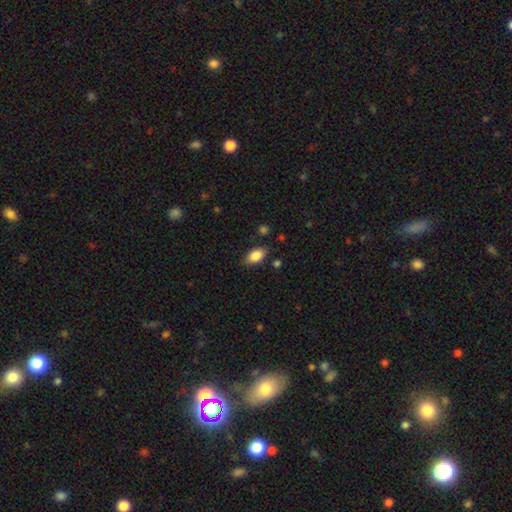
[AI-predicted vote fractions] Smooth or featured?
  - smooth: 85% *
  - star or artifact: 8%
  - featured or disk: 7%
How rounded?
  - in between: 90% *
  - round: 7%
  - cigar-shaped: 3%
Merging?
  - none: 82% *
  - minor disturbance: 13%
  - major disturbance: 3%
  - merger: 2%